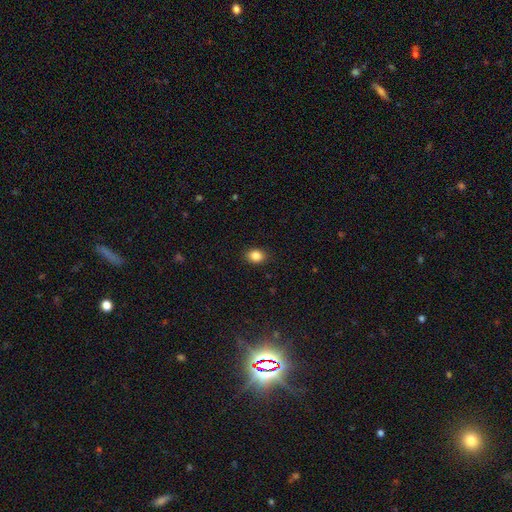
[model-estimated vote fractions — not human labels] A smooth galaxy with no disk features (86%) that is in between round and cigar-shaped (51%). Merging: none (89%).